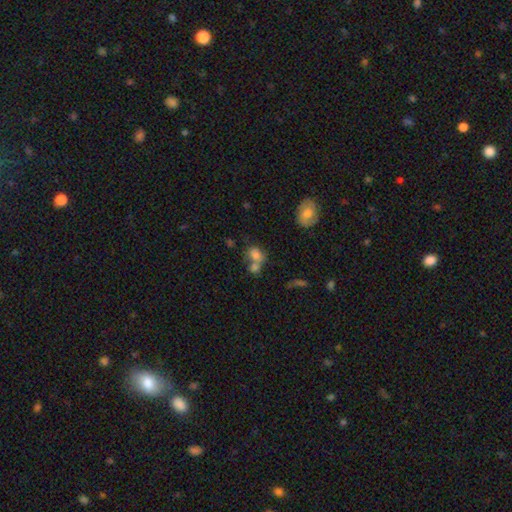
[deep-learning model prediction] Smooth or featured? Predicted: smooth (p=0.73). How rounded? Predicted: in between (p=0.50). Merging? Predicted: merger (p=0.49).